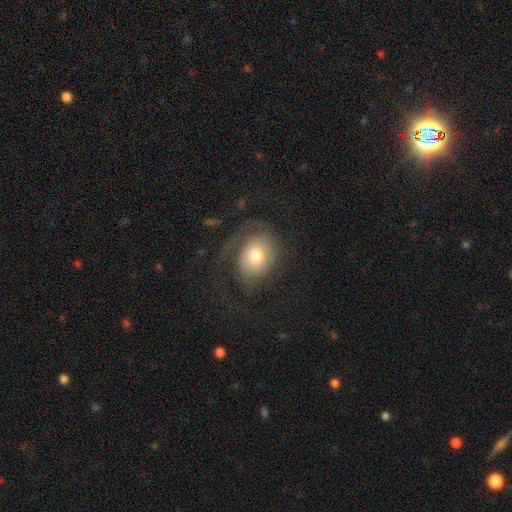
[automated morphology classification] A featured or disk galaxy (50%). Merging: none (47%).